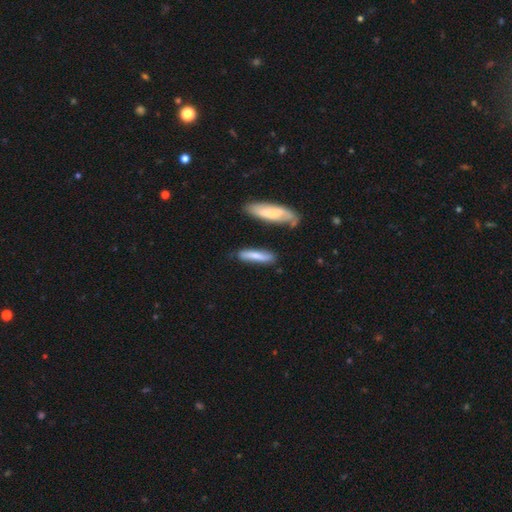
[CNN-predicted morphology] smooth-or-featured: smooth: 66% | featured or disk: 28% | star or artifact: 6%
  how-rounded: cigar-shaped: 78% | in between: 20% | round: 2%
  merging: none: 75% | minor disturbance: 16% | merger: 5% | major disturbance: 4%